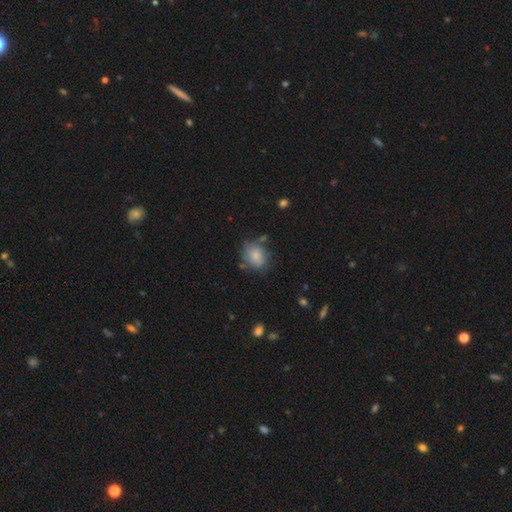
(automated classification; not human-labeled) The model was most divided on "how rounded": round: 53%, in between: 45%, cigar-shaped: 1%. More confident: smooth or featured — smooth (79%); merging — none (61%).